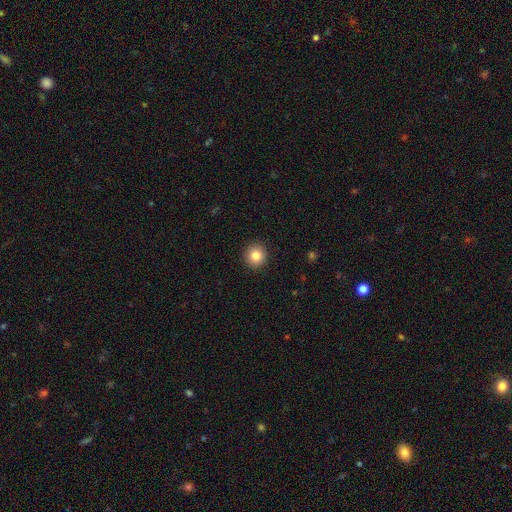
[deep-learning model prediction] A smooth galaxy with no disk features (84%) that is round (92%).

Vote fractions:
- Smooth or featured? smooth: 84% / star or artifact: 10% / featured or disk: 6%
- How rounded? round: 92% / in between: 7% / cigar-shaped: 1%
- Merging? none: 93% / minor disturbance: 5% / major disturbance: 2% / merger: 1%